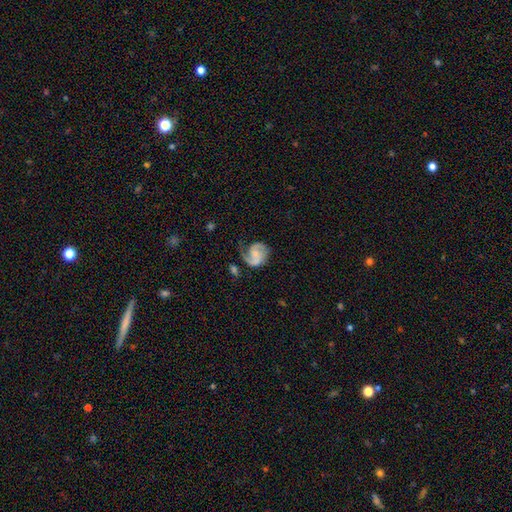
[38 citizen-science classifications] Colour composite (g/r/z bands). It shows a featured or disk galaxy (87%) with no bar (59%), 2 (77%) medium (53%) spiral arms (94%) and a small central bulge (53%). Merging: none (69%).